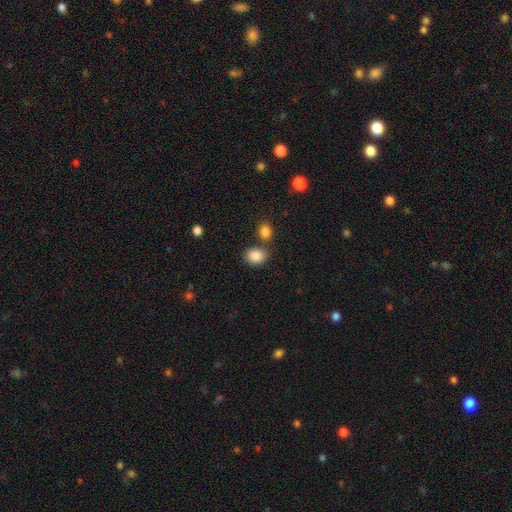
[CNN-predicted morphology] A smooth galaxy with no disk features (86%) that is in between round and cigar-shaped (58%). Merging: none (66%).